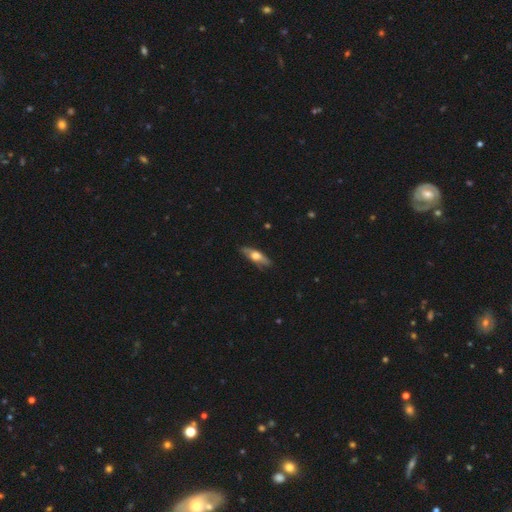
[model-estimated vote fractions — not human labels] smooth_or_featured: featured or disk (p=0.50) [alt: smooth p=0.44]
disk_edge_on: yes (p=0.76) [alt: no p=0.24]
merging: none (p=0.79) [alt: minor disturbance p=0.16]